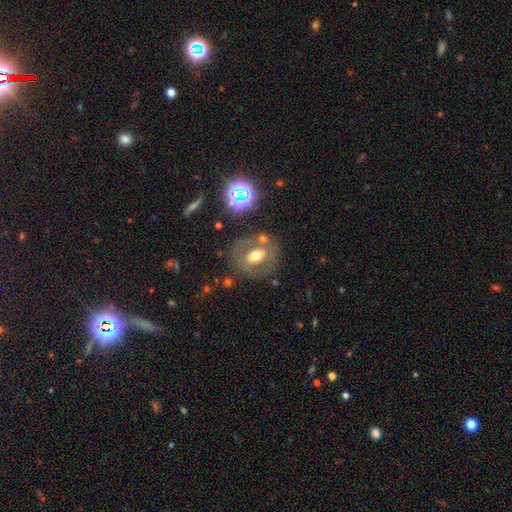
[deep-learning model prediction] Overall: featured or disk (50%; smooth 37%). Edge-on disk: no (91%). Merging: none (67%).